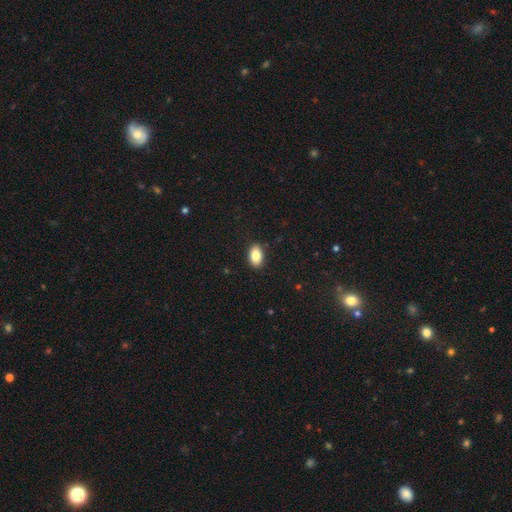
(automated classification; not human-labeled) A smooth galaxy with no disk features (84%) that is in between round and cigar-shaped (90%). Merging: none (88%).